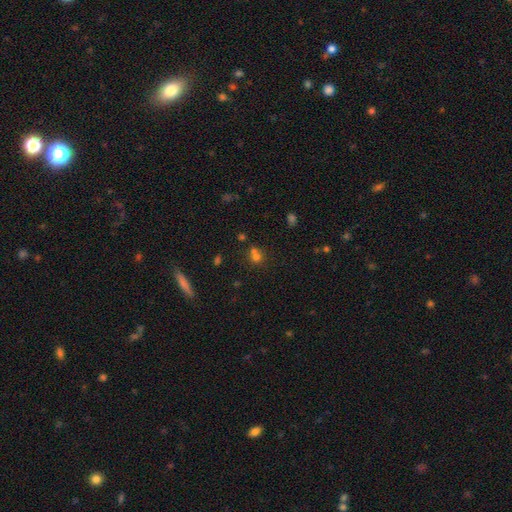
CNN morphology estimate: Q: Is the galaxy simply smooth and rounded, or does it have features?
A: smooth — 63%.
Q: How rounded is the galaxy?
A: round — 77%.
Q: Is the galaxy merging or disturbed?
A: none — 45%.